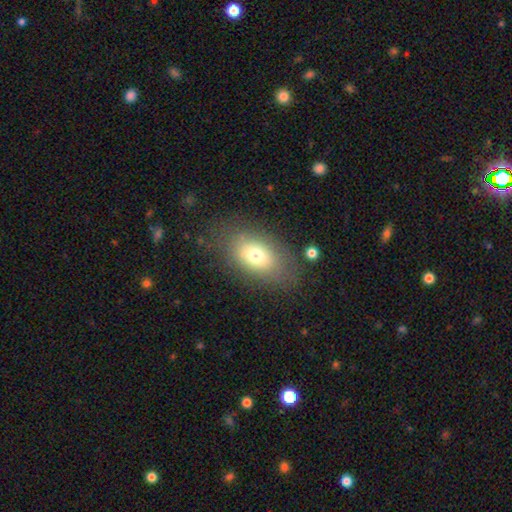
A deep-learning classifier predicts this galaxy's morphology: This is likely a smooth galaxy (71%). How rounded: clearly in between (85%). Merging: likely none (76%).